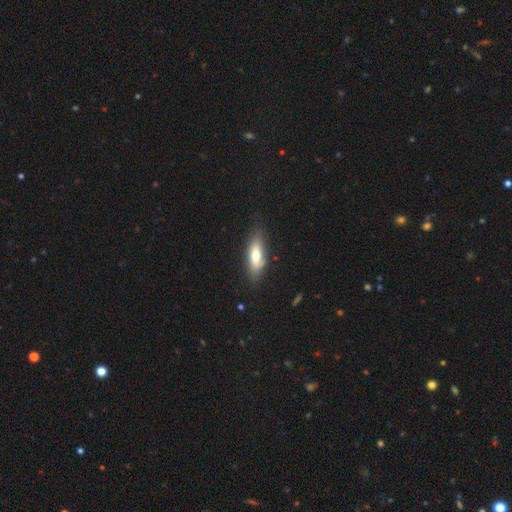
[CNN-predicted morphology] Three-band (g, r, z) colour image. It shows a smooth galaxy with no disk features (69%) that is in between round and cigar-shaped (63%). Merging: none (75%).